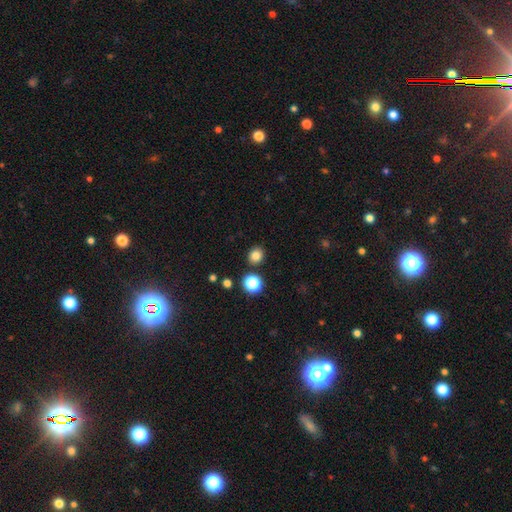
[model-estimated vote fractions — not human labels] smooth_or_featured: smooth (p=0.81) [alt: star or artifact p=0.14]
how_rounded: round (p=0.78) [alt: in between p=0.21]
merging: none (p=0.87) [alt: minor disturbance p=0.07]